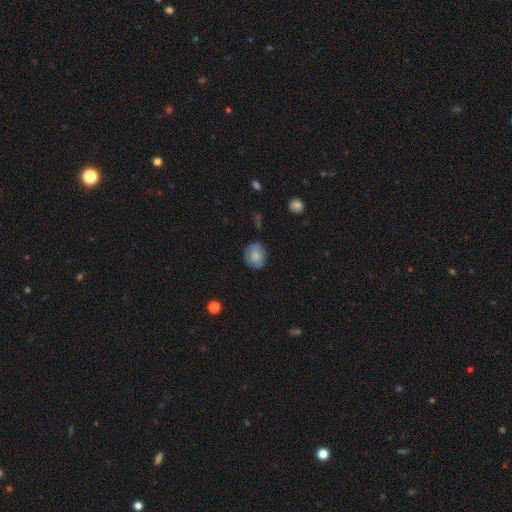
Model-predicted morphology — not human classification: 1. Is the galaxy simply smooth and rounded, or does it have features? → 77% smooth, 16% featured or disk, 8% star or artifact.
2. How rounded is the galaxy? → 74% round, 25% in between, 1% cigar-shaped.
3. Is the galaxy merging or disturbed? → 73% none, 21% minor disturbance, 5% major disturbance, 2% merger.